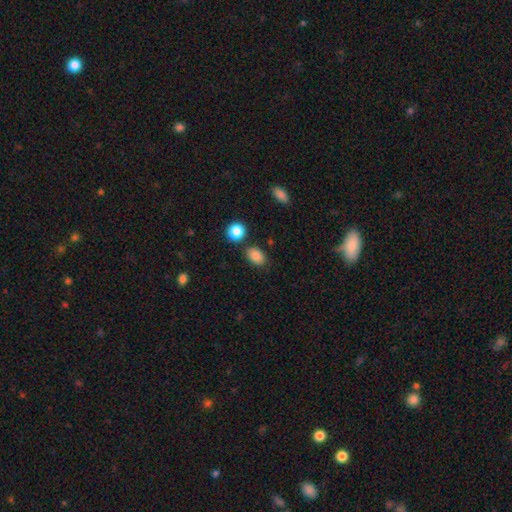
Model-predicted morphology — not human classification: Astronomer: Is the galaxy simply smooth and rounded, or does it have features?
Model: smooth — 84%.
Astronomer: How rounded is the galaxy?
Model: in between — 80%.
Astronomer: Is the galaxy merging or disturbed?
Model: none — 78%.